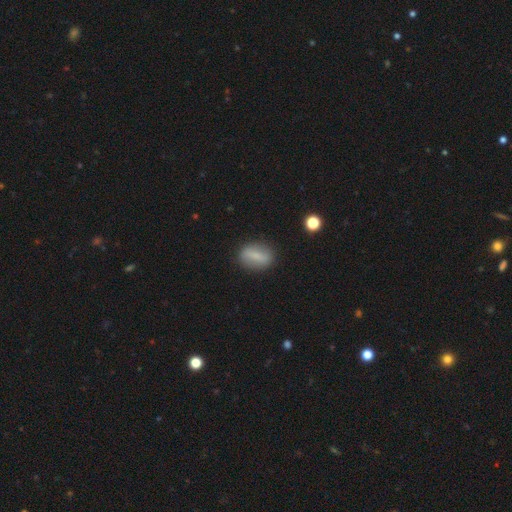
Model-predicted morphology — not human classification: Q: Smooth or featured?
A: smooth (64%); runner-up: featured or disk (28%)
Q: How rounded?
A: in between (73%); runner-up: round (21%)
Q: Merging?
A: none (85%); runner-up: minor disturbance (11%)